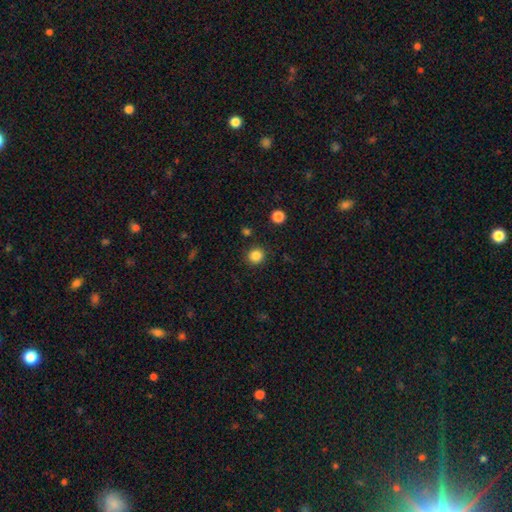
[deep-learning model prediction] smooth 85%, star or artifact 12%, featured or disk 4%. Down the decision tree: how rounded — round (91%); merging — none (90%).